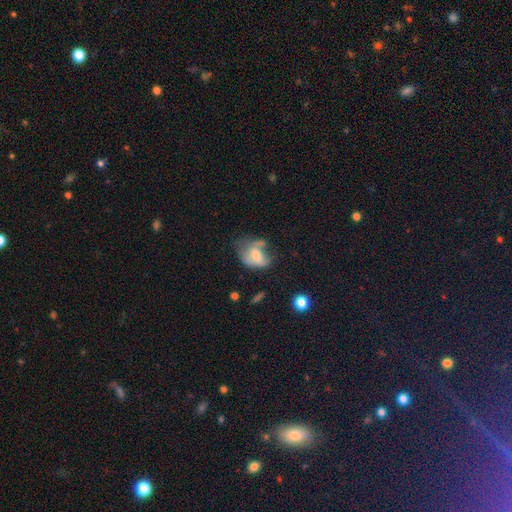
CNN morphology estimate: Smooth or featured?
  - smooth: 49% *
  - featured or disk: 42%
  - star or artifact: 9%
Merging?
  - major disturbance: 39% *
  - minor disturbance: 27%
  - none: 24%
  - merger: 10%